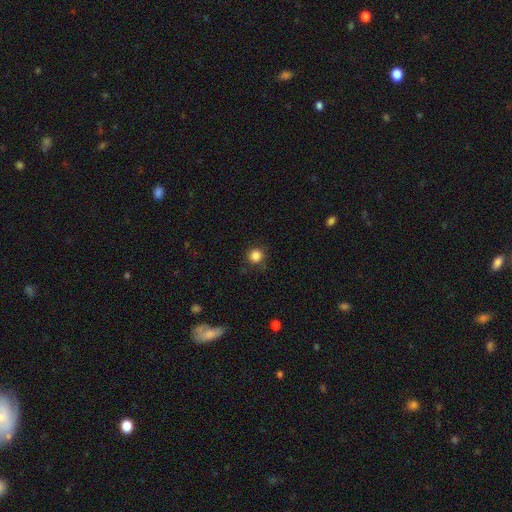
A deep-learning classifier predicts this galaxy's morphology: A smooth galaxy with no disk features (85%) that is round (94%). Merging: none (87%).